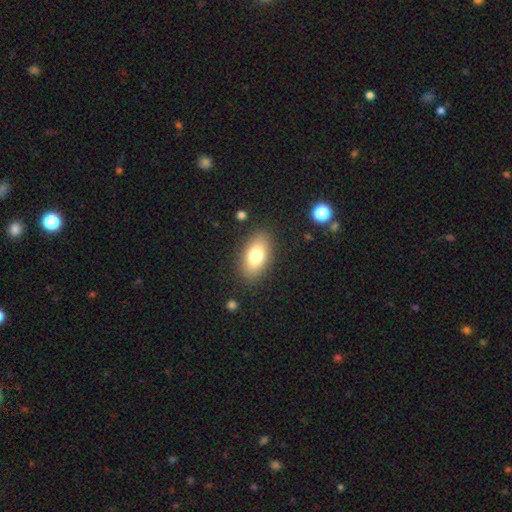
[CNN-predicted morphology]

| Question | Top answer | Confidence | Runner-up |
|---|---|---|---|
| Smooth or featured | smooth | 78% | featured or disk (14%) |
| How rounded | in between | 90% | cigar-shaped (5%) |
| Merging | none | 86% | minor disturbance (10%) |